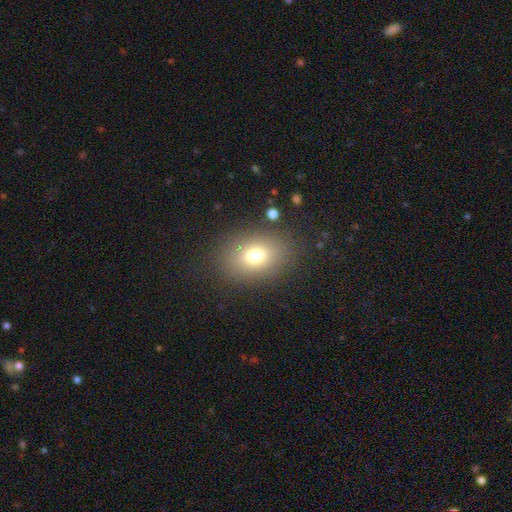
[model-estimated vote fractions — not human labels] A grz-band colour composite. It shows a smooth galaxy with no disk features (74%) that is in between round and cigar-shaped (68%). Merging: none (85%).